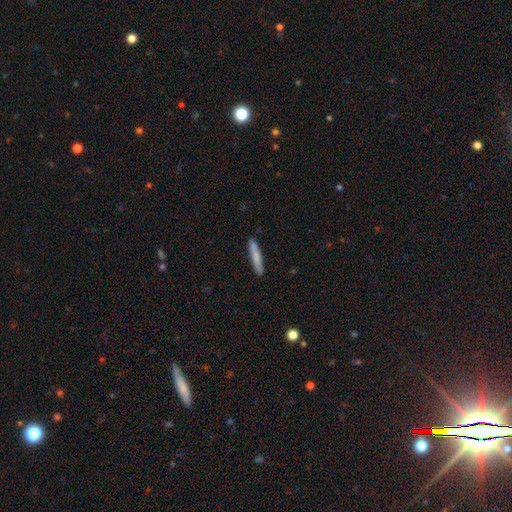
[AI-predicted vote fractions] smooth_or_featured: smooth (p=0.75) [alt: featured or disk p=0.20]
how_rounded: cigar-shaped (p=0.94) [alt: in between p=0.05]
merging: none (p=0.87) [alt: minor disturbance p=0.09]